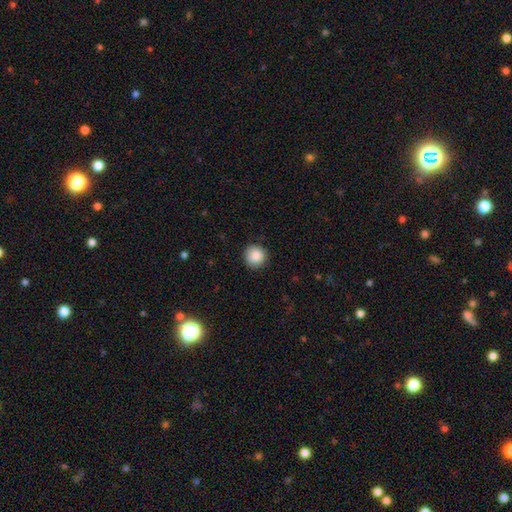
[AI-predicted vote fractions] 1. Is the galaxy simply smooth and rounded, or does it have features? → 88% smooth, 9% star or artifact, 3% featured or disk.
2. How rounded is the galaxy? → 94% round, 5% in between, 1% cigar-shaped.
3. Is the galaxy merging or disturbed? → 90% none, 7% minor disturbance, 2% major disturbance, 1% merger.